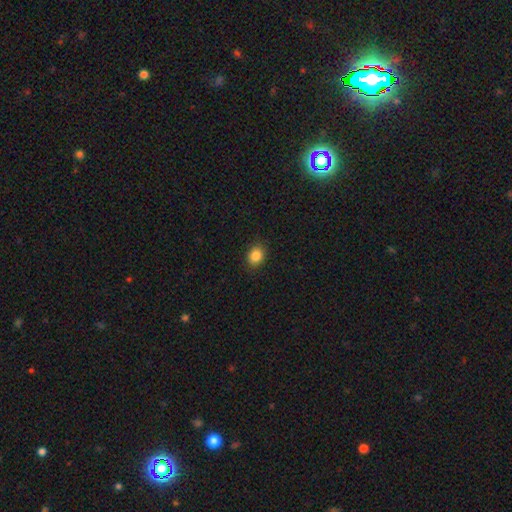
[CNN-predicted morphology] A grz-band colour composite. It shows a smooth galaxy with no disk features (85%) that is in between round and cigar-shaped (51%). Merging: none (89%).